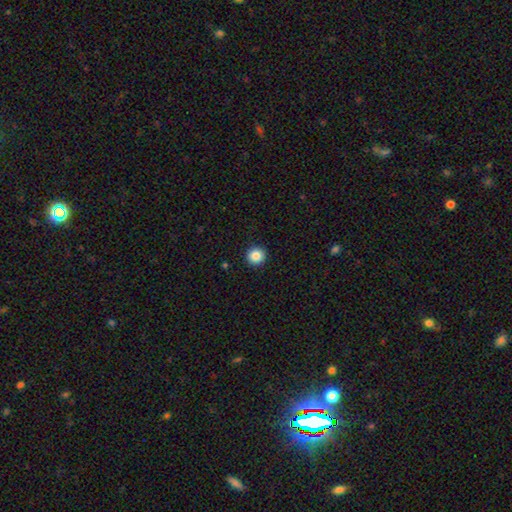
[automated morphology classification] type=smooth (86%); roundness=round (95%); merging=none (93%).